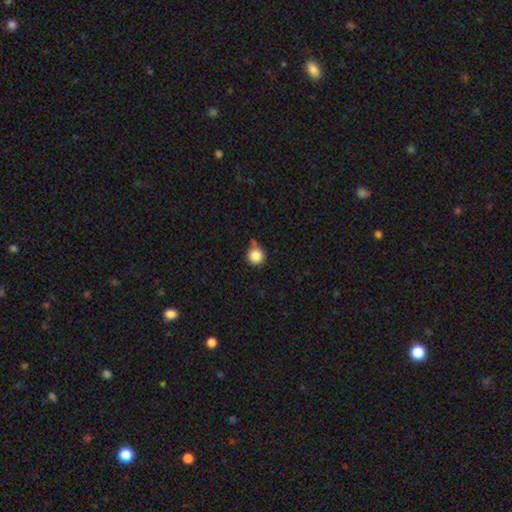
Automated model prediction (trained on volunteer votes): Smooth or featured? smooth (85%)
How rounded? round (95%)
Merging? none (63%)